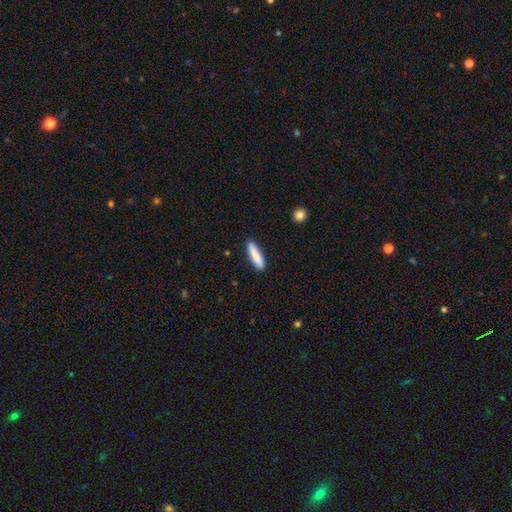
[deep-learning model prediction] Morphology: type=smooth (85%); roundness=cigar-shaped (82%); merging=none (88%).